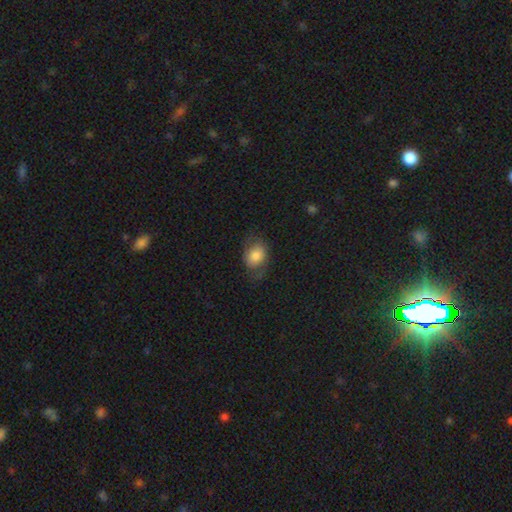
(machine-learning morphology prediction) type=smooth (66%); roundness=in between (67%); merging=none (60%).